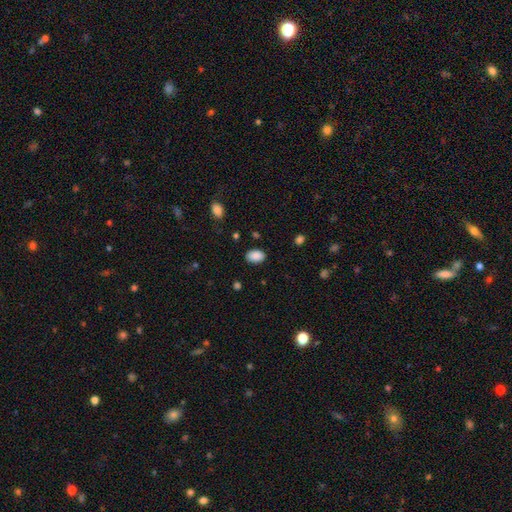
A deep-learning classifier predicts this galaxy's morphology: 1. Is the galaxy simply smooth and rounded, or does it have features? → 89% smooth, 7% star or artifact, 4% featured or disk.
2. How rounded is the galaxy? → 86% in between, 13% round, 1% cigar-shaped.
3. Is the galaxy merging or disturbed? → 86% none, 10% minor disturbance, 3% major disturbance, 1% merger.